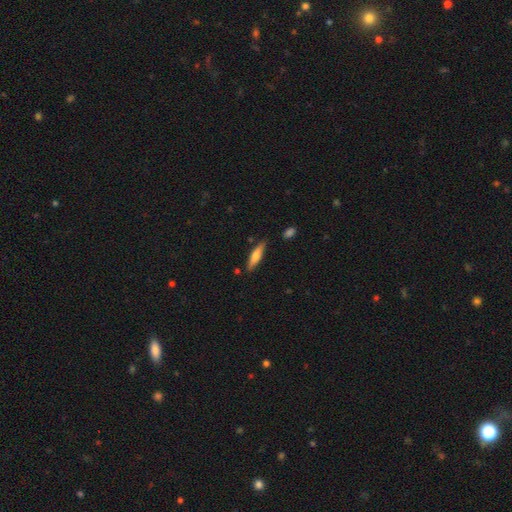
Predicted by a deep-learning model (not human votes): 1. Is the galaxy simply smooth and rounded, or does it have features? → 62% smooth, 32% featured or disk, 6% star or artifact.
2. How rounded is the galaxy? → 74% cigar-shaped, 24% in between, 2% round.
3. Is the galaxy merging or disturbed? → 83% none, 12% minor disturbance, 3% merger, 2% major disturbance.